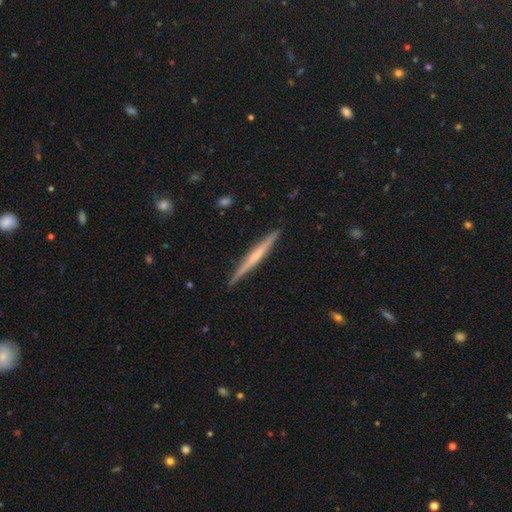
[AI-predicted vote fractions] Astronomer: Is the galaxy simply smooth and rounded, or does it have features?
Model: featured or disk — 64%.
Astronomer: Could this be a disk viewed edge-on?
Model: yes — 98%.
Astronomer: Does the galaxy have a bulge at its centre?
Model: none — 46% (runner-up: rounded, 45%).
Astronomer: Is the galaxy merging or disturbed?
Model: none — 91%.